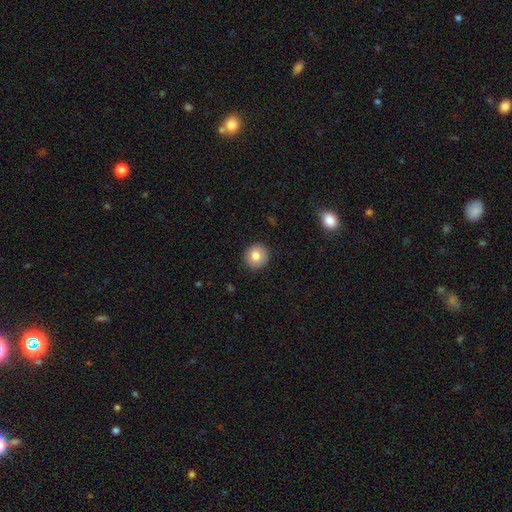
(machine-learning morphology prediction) Overall: smooth (81%). How rounded: round (91%). Merging: none (90%).